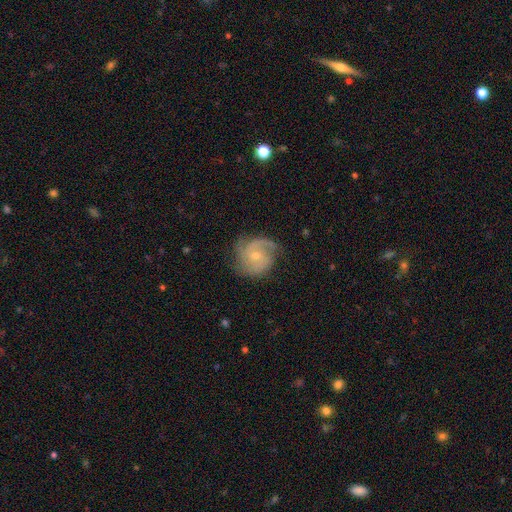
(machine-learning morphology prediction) featured or disk 81%, smooth 13%, star or artifact 6%. Down the decision tree: edge-on disk — no (98%); bar — no (68%); spiral arms — yes (96%); spiral arm count — 2 (41%); spiral winding — tight (44%); bulge size — small (59%); merging — none (70%).